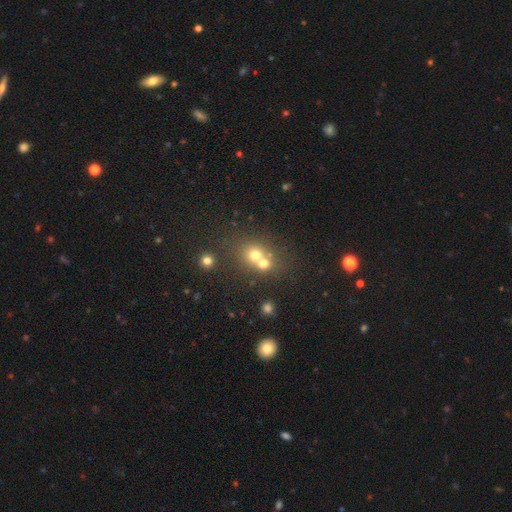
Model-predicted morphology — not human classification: smooth-or-featured: smooth: 65% | star or artifact: 19% | featured or disk: 16%
  how-rounded: round: 77% | in between: 22% | cigar-shaped: 1%
  merging: merger: 49% | none: 41% | minor disturbance: 7% | major disturbance: 3%